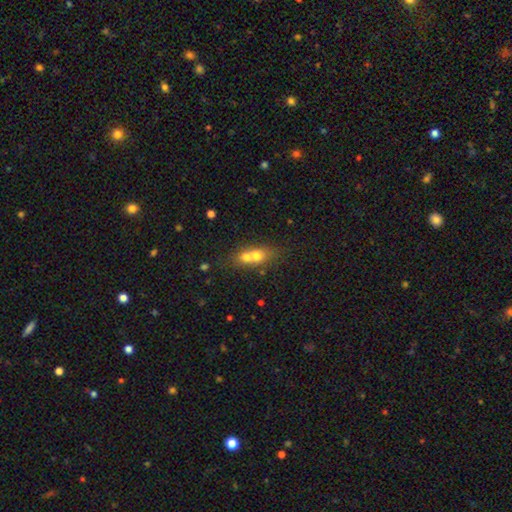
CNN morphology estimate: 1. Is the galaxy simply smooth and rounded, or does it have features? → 63% smooth, 26% featured or disk, 11% star or artifact.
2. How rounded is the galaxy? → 52% in between, 39% round, 9% cigar-shaped.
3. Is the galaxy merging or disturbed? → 65% merger, 24% none, 7% minor disturbance, 4% major disturbance.